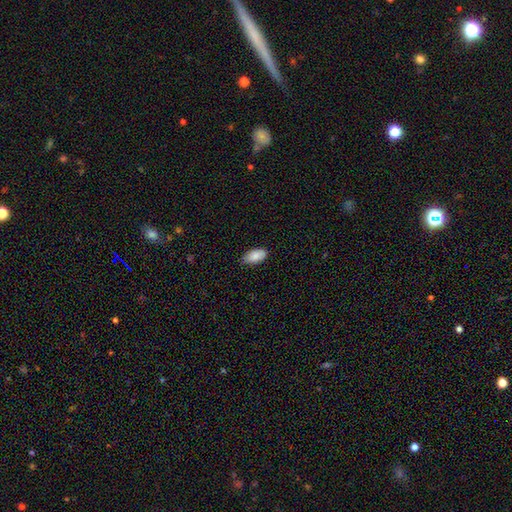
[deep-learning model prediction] Morphology: type=smooth (84%); roundness=in between (94%); merging=none (79%).